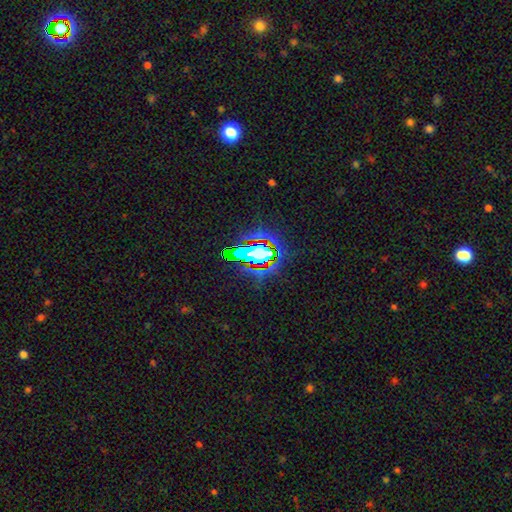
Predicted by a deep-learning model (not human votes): A star or artifact, not a galaxy (56%).